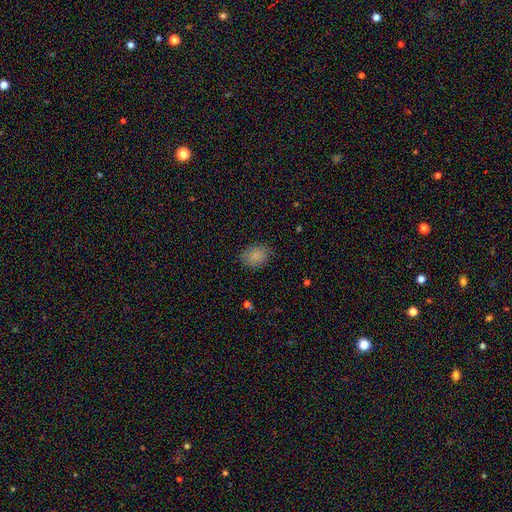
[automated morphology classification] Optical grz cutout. It shows a smooth galaxy with no disk features (85%) that is in between round and cigar-shaped (66%). Merging: none (79%).